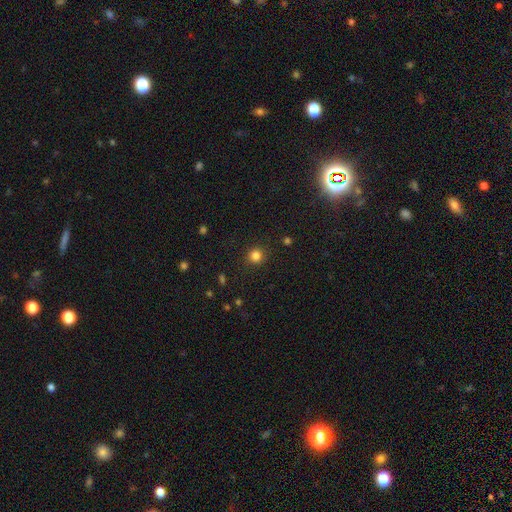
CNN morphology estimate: This appears to be a smooth galaxy with no disk features (83%) that is round (90%). Merging: none (89%).